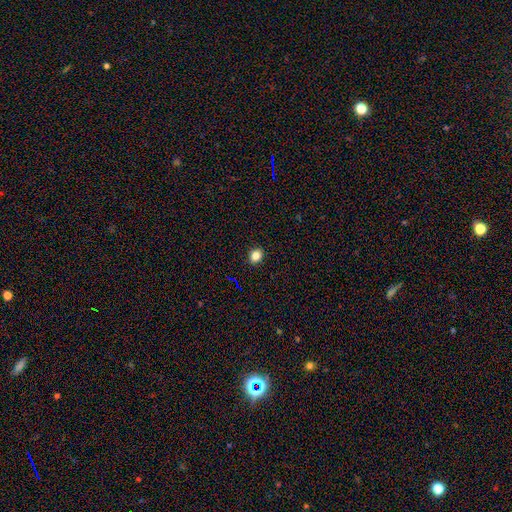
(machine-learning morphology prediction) smooth 82%, star or artifact 13%, featured or disk 5%. Down the decision tree: how rounded — round (64%); merging — none (92%).